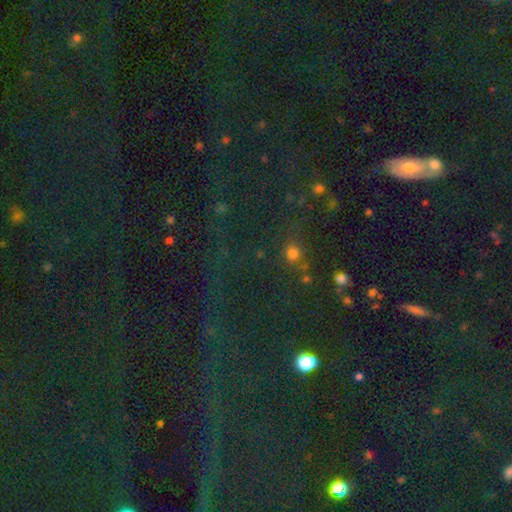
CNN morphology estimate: Smooth or featured? star or artifact (69%)